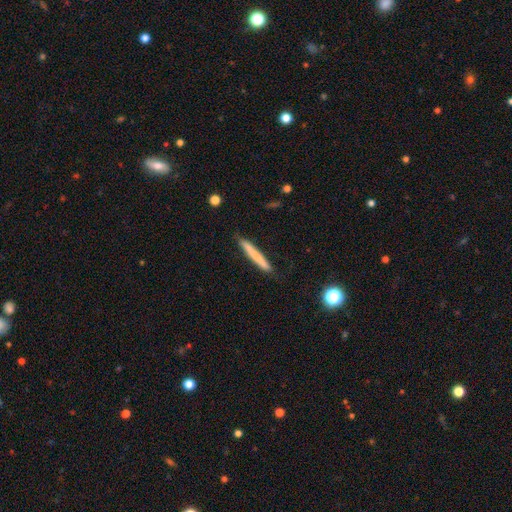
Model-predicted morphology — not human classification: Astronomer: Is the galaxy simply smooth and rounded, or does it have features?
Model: smooth — 70%.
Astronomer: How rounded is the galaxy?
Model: cigar-shaped — 96%.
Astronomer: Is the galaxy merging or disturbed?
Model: none — 88%.